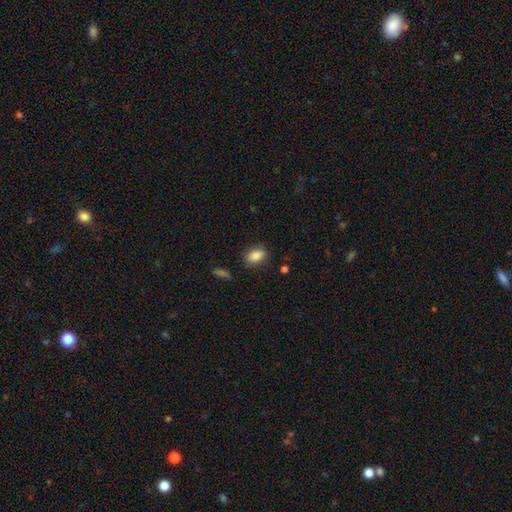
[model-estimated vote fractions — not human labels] Q: Smooth or featured?
A: smooth (84%); runner-up: star or artifact (8%)
Q: How rounded?
A: in between (82%); runner-up: round (16%)
Q: Merging?
A: none (83%); runner-up: minor disturbance (12%)